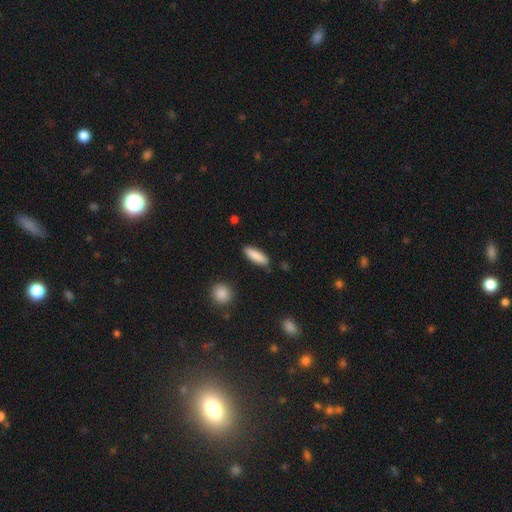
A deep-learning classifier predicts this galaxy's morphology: Smooth or featured? smooth (87%)
How rounded? cigar-shaped (56%)
Merging? none (87%)